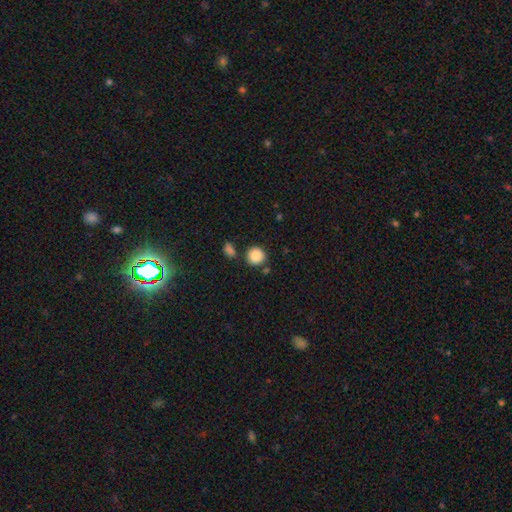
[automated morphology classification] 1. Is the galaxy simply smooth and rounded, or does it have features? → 87% smooth, 9% star or artifact, 4% featured or disk.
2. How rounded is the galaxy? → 90% round, 9% in between, 1% cigar-shaped.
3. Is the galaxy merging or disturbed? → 78% none, 10% merger, 9% minor disturbance, 3% major disturbance.